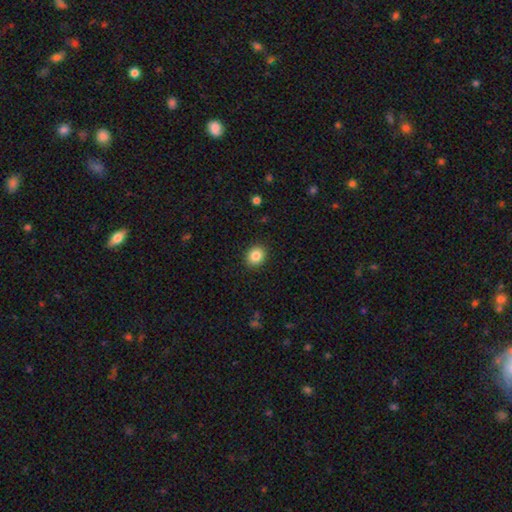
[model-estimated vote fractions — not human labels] smooth_or_featured: smooth (p=0.85) [alt: star or artifact p=0.09]
how_rounded: round (p=0.66) [alt: in between p=0.33]
merging: none (p=0.91) [alt: minor disturbance p=0.07]